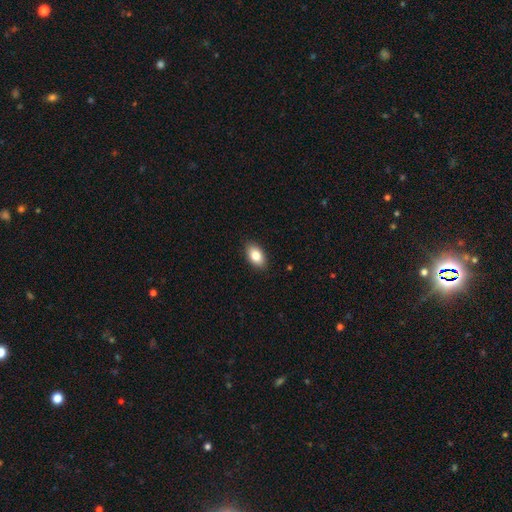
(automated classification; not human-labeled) Overall: smooth (83%). How rounded: in between (92%). Merging: none (89%).